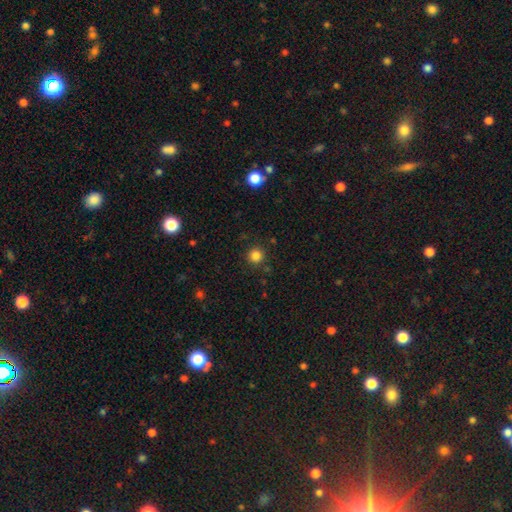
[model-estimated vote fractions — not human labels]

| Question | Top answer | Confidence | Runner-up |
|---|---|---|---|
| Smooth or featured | smooth | 84% | star or artifact (13%) |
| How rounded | round | 95% | in between (4%) |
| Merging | none | 90% | minor disturbance (6%) |